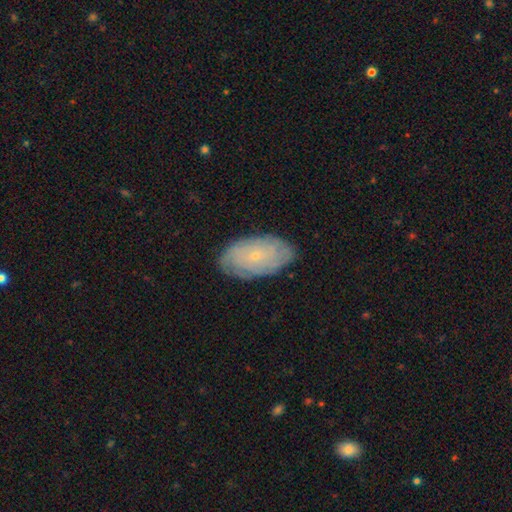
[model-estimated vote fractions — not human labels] Smooth or featured?
  - featured or disk: 61% *
  - smooth: 32%
  - star or artifact: 7%
Edge-on disk?
  - no: 94% *
  - yes: 6%
Bar?
  - no: 86% *
  - weak: 12%
  - strong: 2%
Spiral arms?
  - yes: 79% *
  - no: 21%
Bulge size?
  - small: 85% *
  - moderate: 12%
  - none: 2%
  - large: 1%
  - dominant: 1%
Merging?
  - none: 81% *
  - minor disturbance: 14%
  - major disturbance: 3%
  - merger: 1%